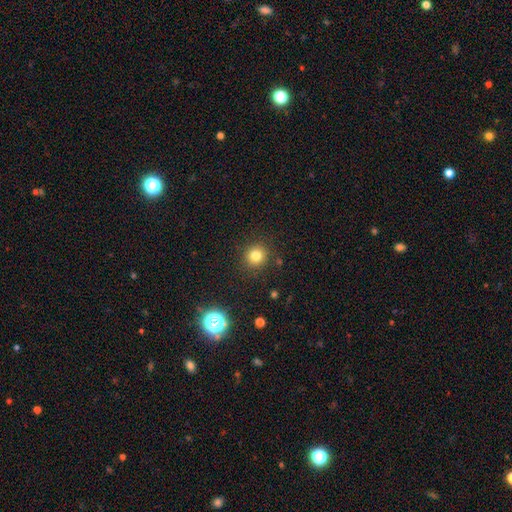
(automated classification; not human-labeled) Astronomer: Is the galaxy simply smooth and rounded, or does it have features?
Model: smooth — 79%.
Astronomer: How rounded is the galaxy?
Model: round — 90%.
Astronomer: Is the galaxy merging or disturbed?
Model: none — 88%.